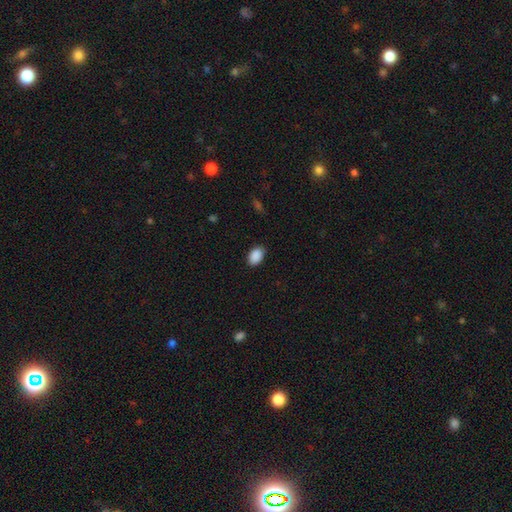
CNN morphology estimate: Q: Smooth or featured?
A: smooth (90%); runner-up: star or artifact (7%)
Q: How rounded?
A: in between (88%); runner-up: round (11%)
Q: Merging?
A: none (86%); runner-up: minor disturbance (11%)